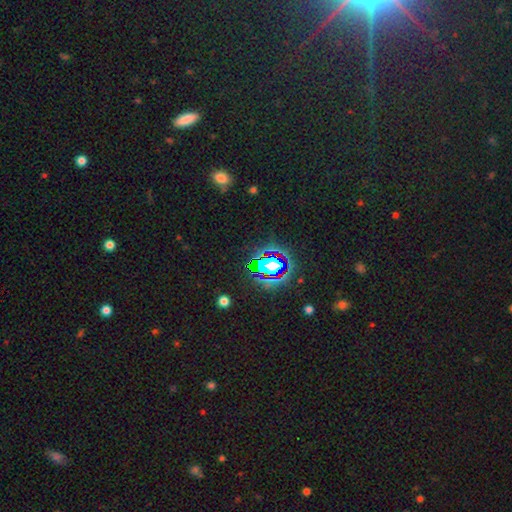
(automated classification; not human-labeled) A star or artifact, not a galaxy (80%).